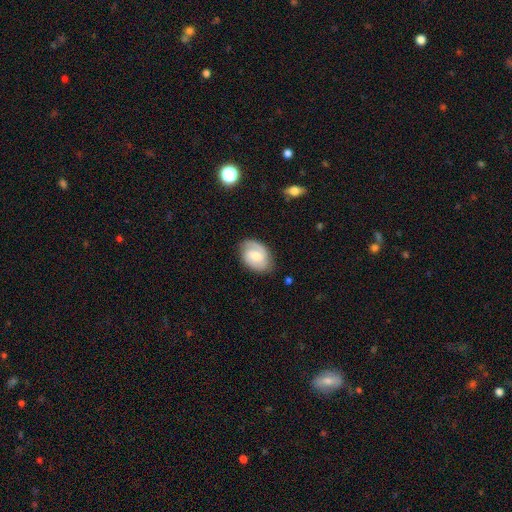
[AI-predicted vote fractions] smooth_or_featured: featured or disk (p=0.64) [alt: smooth p=0.29]
disk_edge_on: no (p=0.97) [alt: yes p=0.03]
bar: weak (p=0.48) [alt: no p=0.43]
has_spiral_arms: yes (p=0.91) [alt: no p=0.09]
spiral_winding: medium (p=0.43) [alt: tight p=0.41]
spiral_arm_count: 2 (p=0.70) [alt: 1 p=0.15]
bulge_size: moderate (p=0.53) [alt: small p=0.35]
merging: none (p=0.75) [alt: minor disturbance p=0.19]